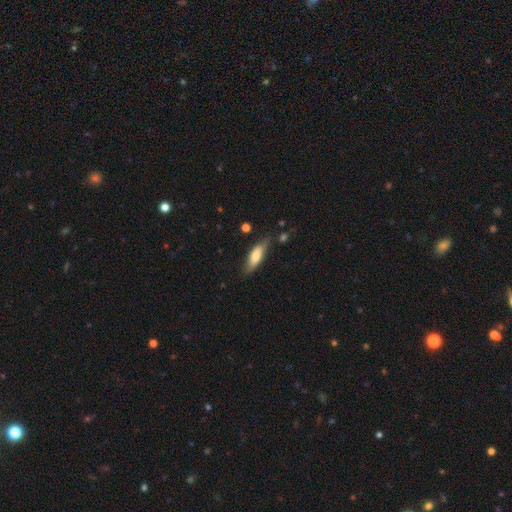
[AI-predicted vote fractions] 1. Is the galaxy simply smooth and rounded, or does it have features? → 69% smooth, 24% featured or disk, 6% star or artifact.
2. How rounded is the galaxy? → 52% in between, 46% cigar-shaped, 2% round.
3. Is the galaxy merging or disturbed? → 73% none, 20% minor disturbance, 4% major disturbance, 3% merger.